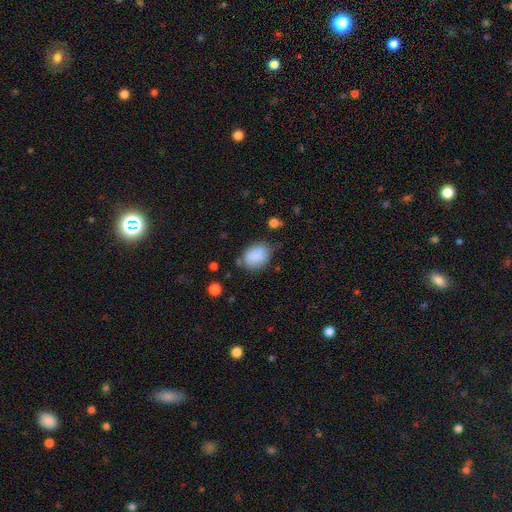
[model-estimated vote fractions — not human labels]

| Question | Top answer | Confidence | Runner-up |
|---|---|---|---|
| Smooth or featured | smooth | 83% | featured or disk (9%) |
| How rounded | in between | 58% | round (41%) |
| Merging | none | 61% | minor disturbance (26%) |